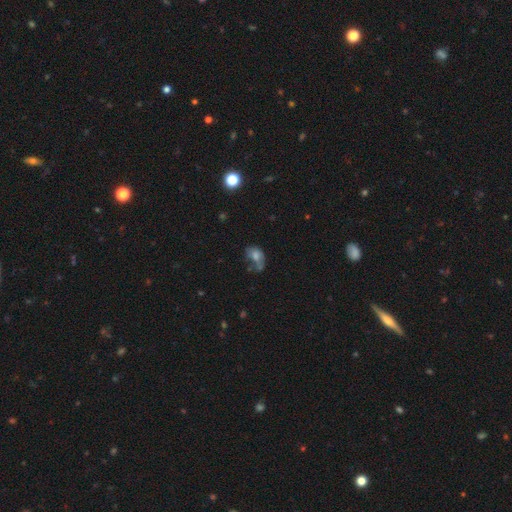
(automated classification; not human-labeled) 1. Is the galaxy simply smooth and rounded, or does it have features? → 64% smooth, 22% featured or disk, 14% star or artifact.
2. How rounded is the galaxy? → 73% in between, 25% round, 2% cigar-shaped.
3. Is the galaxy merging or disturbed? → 31% none, 24% merger, 23% minor disturbance, 22% major disturbance.